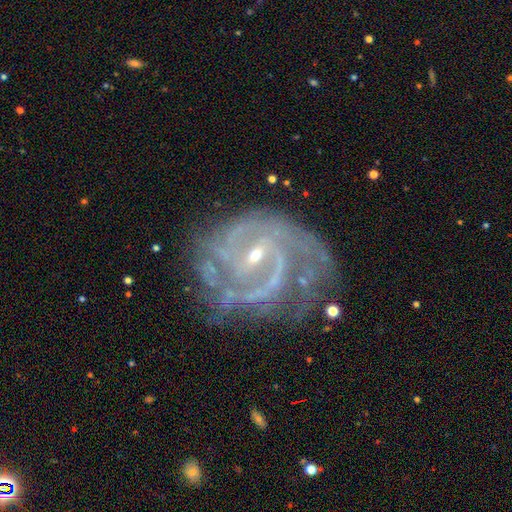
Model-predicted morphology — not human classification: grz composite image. It shows a featured or disk galaxy (91%) with a weak bar (48%), 2 (40%) tight (49%) spiral arms (97%) and a small central bulge (77%). Merging: none (58%).